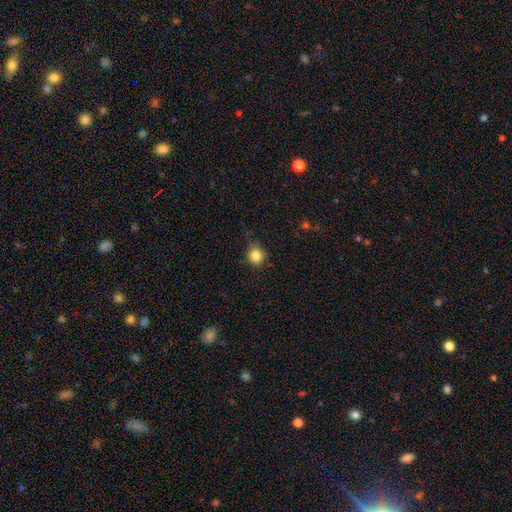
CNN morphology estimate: Smooth or featured? Predicted: smooth (p=0.83). How rounded? Predicted: round (p=0.86). Merging? Predicted: none (p=0.76).